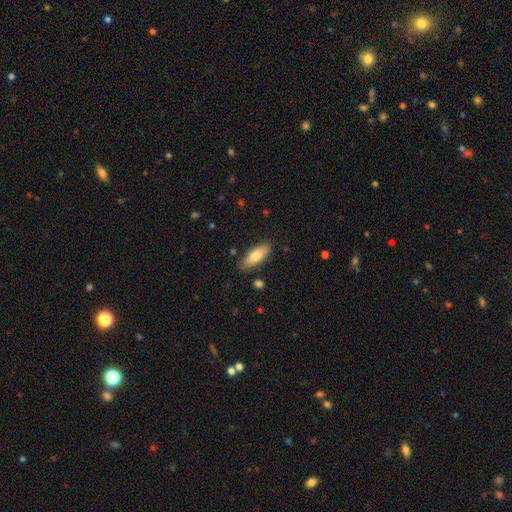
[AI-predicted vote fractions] The model was most divided on "how rounded": in between: 70%, cigar-shaped: 28%, round: 2%. More confident: merging — none (84%); smooth or featured — smooth (76%).